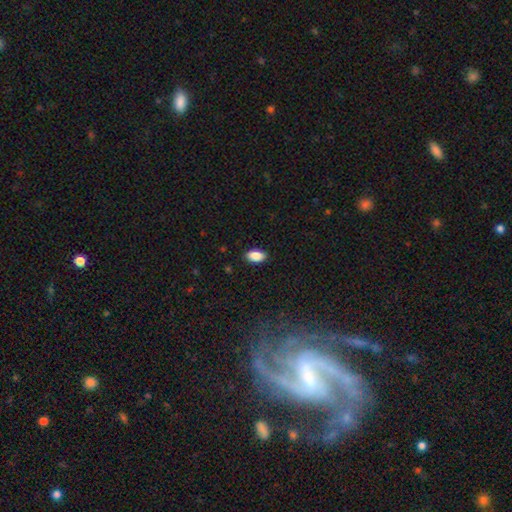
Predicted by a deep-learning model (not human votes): A smooth galaxy with no disk features (89%) that is in between round and cigar-shaped (93%). Merging: none (89%).